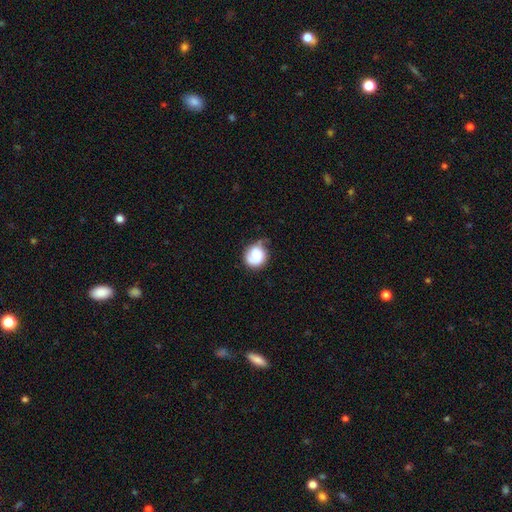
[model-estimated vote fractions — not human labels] Smooth or featured?
  - smooth: 71% *
  - featured or disk: 21%
  - star or artifact: 8%
How rounded?
  - round: 80% *
  - in between: 19%
  - cigar-shaped: 1%
Merging?
  - none: 45% *
  - minor disturbance: 39%
  - major disturbance: 13%
  - merger: 3%